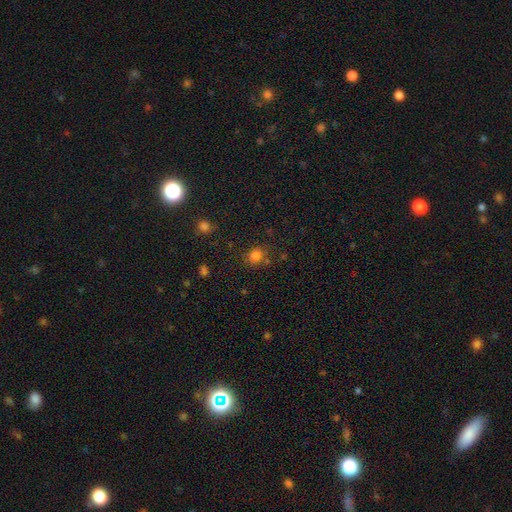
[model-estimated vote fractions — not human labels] Morphology: type=smooth (80%); roundness=round (76%); merging=none (76%).